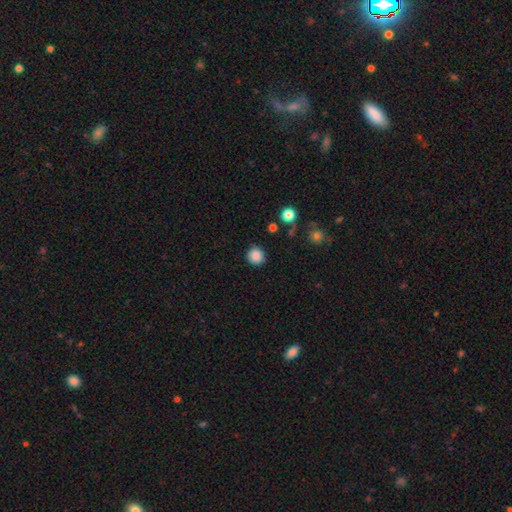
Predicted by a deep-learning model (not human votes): A smooth galaxy with no disk features (87%) that is round (93%).

Vote fractions:
- Smooth or featured? smooth: 87% / star or artifact: 10% / featured or disk: 3%
- How rounded? round: 93% / in between: 6% / cigar-shaped: 1%
- Merging? none: 88% / minor disturbance: 8% / major disturbance: 2% / merger: 2%